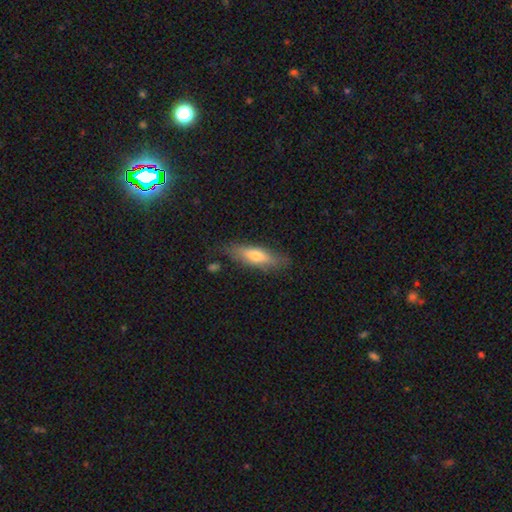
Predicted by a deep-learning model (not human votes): Smooth or featured: smooth — 59% (featured or disk — 34%)
How rounded: cigar-shaped — 65% (in between — 33%)
Merging: none — 80% (minor disturbance — 14%)